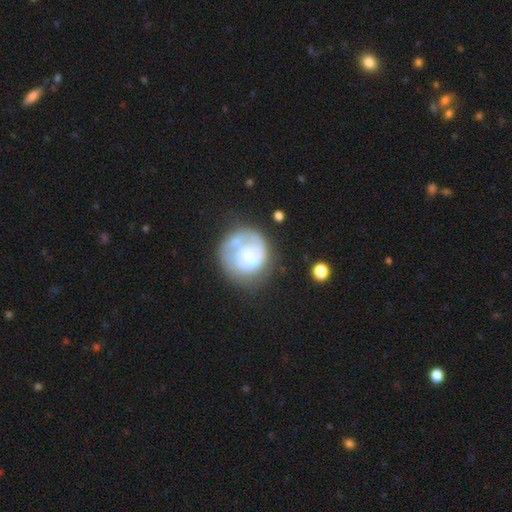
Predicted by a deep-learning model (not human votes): A featured or disk galaxy (56%) with no bar (80%), spiral arms (61%) and no central bulge (31%).

Vote fractions:
- Smooth or featured? featured or disk: 56% / smooth: 38% / star or artifact: 6%
- Edge-on disk? no: 98% / yes: 2%
- Bar? no: 80% / weak: 16% / strong: 4%
- Spiral arms? yes: 61% / no: 39%
- Bulge size? none: 31% / small: 22% / moderate: 21% / large: 19% / dominant: 6%
- Merging? none: 52% / major disturbance: 22% / minor disturbance: 21% / merger: 6%